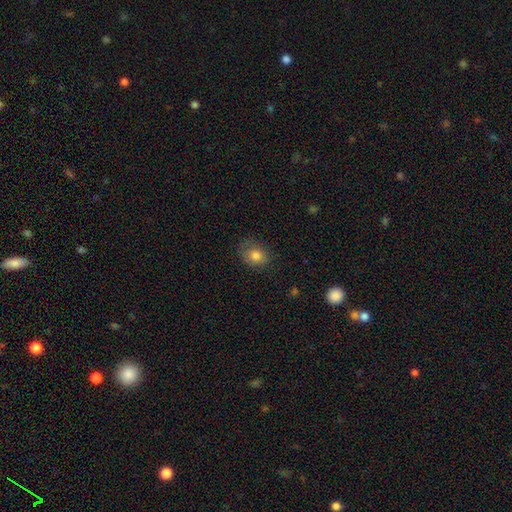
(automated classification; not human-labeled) Smooth or featured?
  - smooth: 78% *
  - featured or disk: 13%
  - star or artifact: 9%
How rounded?
  - in between: 53% *
  - round: 46%
  - cigar-shaped: 1%
Merging?
  - none: 68% *
  - minor disturbance: 23%
  - major disturbance: 8%
  - merger: 1%